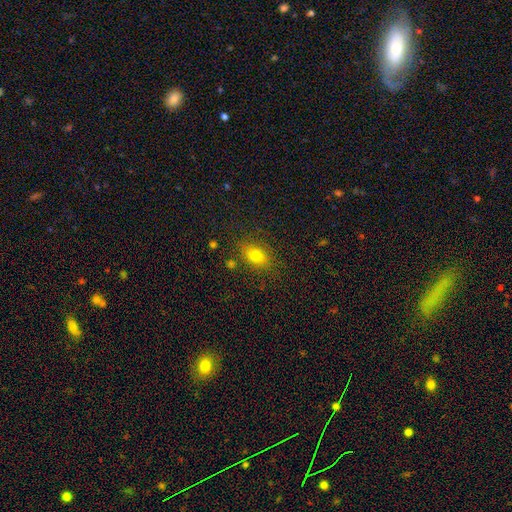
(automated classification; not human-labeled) Smooth or featured? Predicted: smooth (p=0.78). How rounded? Predicted: in between (p=0.78). Merging? Predicted: none (p=0.81).